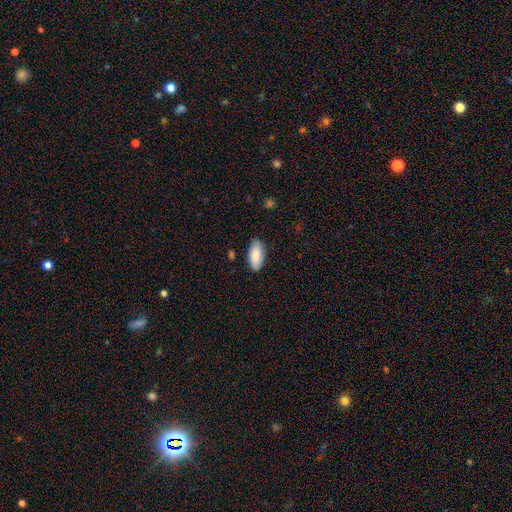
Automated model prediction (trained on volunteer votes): Smooth or featured? smooth (80%)
How rounded? in between (91%)
Merging? none (84%)